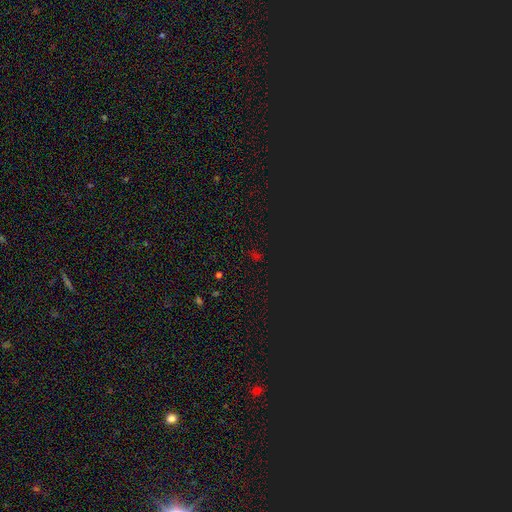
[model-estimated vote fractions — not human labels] The model was most divided on "smooth or featured": star or artifact: 69%, smooth: 26%, featured or disk: 6%.